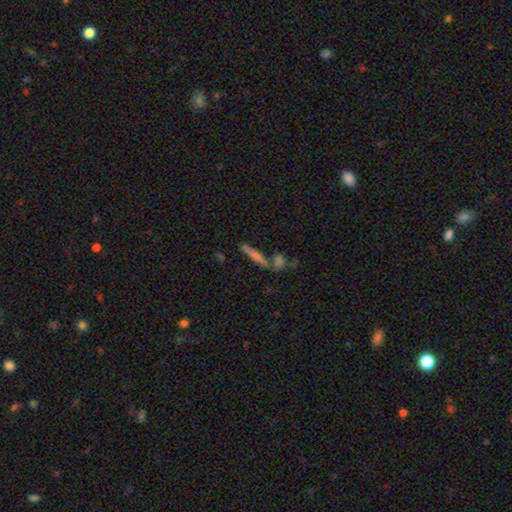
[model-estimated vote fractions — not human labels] A smooth galaxy with no disk features (44%). Merging: none (67%).